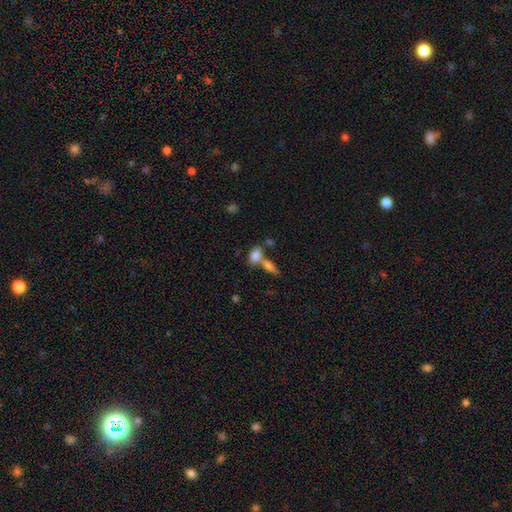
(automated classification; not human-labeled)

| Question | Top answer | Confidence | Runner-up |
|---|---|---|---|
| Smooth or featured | smooth | 82% | featured or disk (10%) |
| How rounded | in between | 87% | round (8%) |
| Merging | merger | 45% | none (41%) |